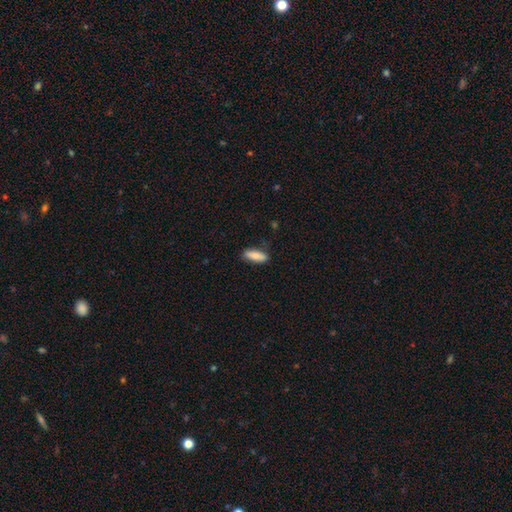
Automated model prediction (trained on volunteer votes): The model was most divided on "how rounded": in between: 56%, cigar-shaped: 42%, round: 2%. More confident: merging — none (82%); smooth or featured — smooth (81%).